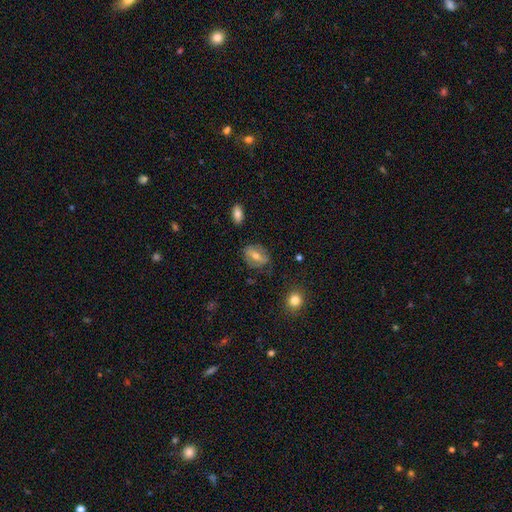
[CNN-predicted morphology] This appears to be a smooth galaxy with no disk features (49%). Merging: none (74%).